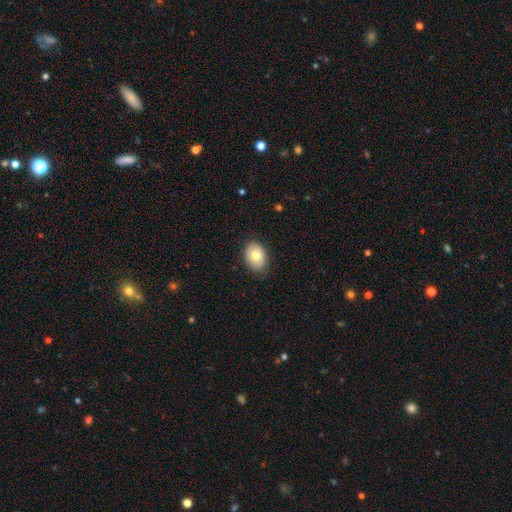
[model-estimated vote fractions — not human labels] smooth-or-featured: smooth: 75% | featured or disk: 17% | star or artifact: 8%
  how-rounded: in between: 73% | round: 26% | cigar-shaped: 1%
  merging: none: 83% | minor disturbance: 14% | major disturbance: 3% | merger: 1%